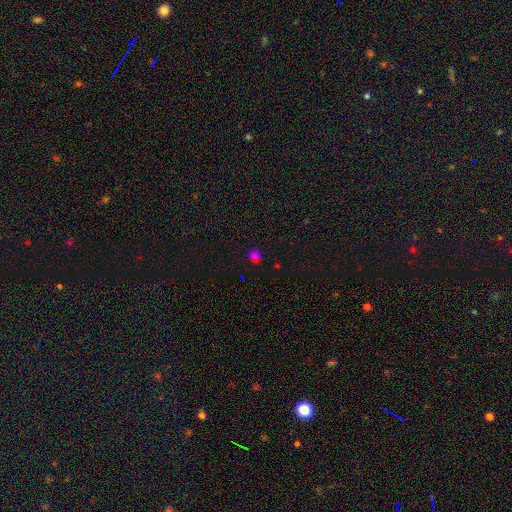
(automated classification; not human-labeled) Smooth or featured?
  - smooth: 70% *
  - star or artifact: 25%
  - featured or disk: 4%
How rounded?
  - round: 81% *
  - in between: 18%
  - cigar-shaped: 1%
Merging?
  - none: 85% *
  - minor disturbance: 10%
  - major disturbance: 3%
  - merger: 2%